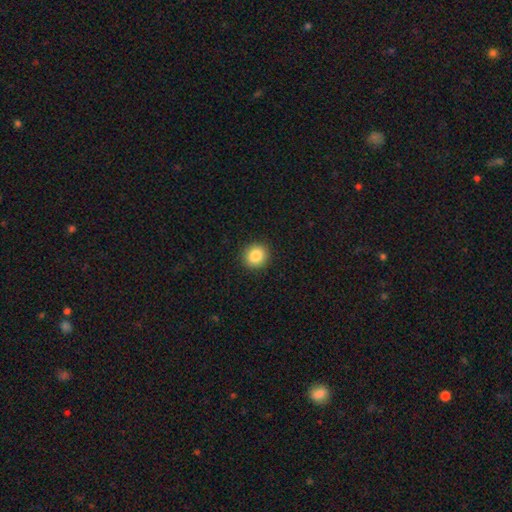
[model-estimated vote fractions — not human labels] Smooth or featured? smooth (86%)
How rounded? round (87%)
Merging? none (92%)